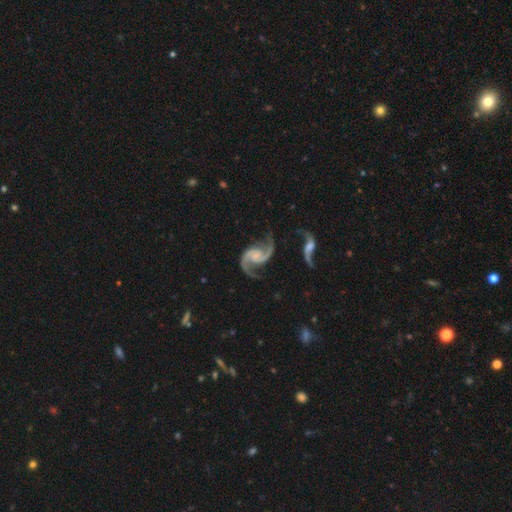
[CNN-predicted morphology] A featured or disk galaxy (93%) with no bar (58%), 2 (94%) loose (51%) spiral arms (98%) and a small central bulge (48%). Merging: none (65%).